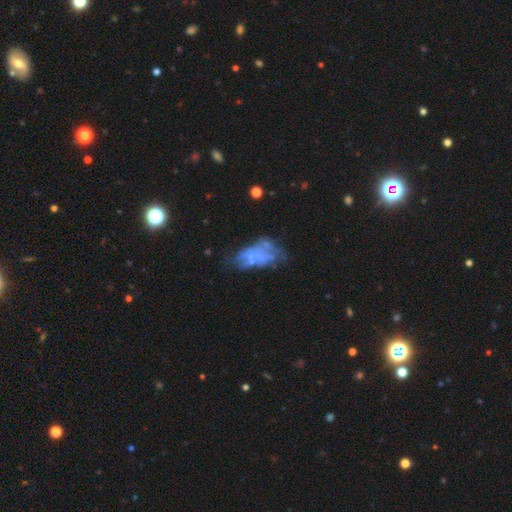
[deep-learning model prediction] Smooth or featured? Predicted: featured or disk (p=0.57). Edge-on disk? Predicted: no (p=0.96). Bar? Predicted: no (p=0.89). Spiral arms? Predicted: no (p=0.85). Bulge size? Predicted: none (p=0.74). Merging? Predicted: none (p=0.33).